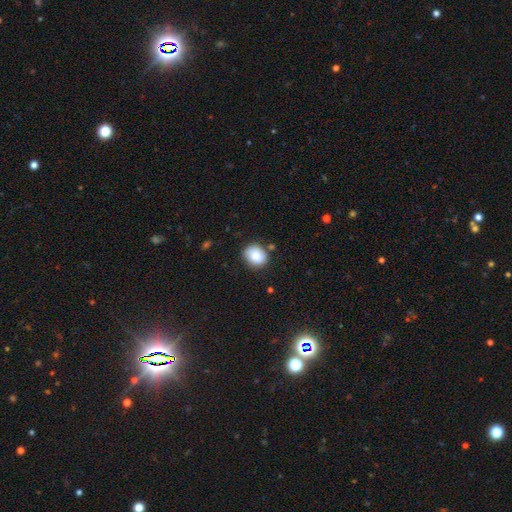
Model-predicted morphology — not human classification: Smooth or featured?
  - smooth: 83% *
  - featured or disk: 9%
  - star or artifact: 8%
How rounded?
  - round: 62% *
  - in between: 38%
  - cigar-shaped: 1%
Merging?
  - none: 80% *
  - minor disturbance: 14%
  - merger: 3%
  - major disturbance: 3%